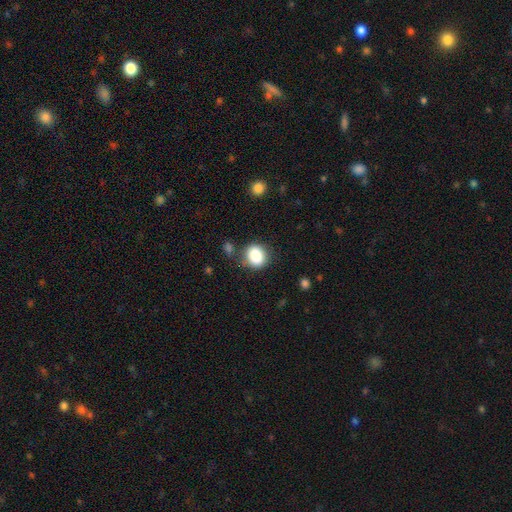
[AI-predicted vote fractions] This is clearly a smooth galaxy (86%). How rounded: likely round (65%). Merging: likely none (75%).